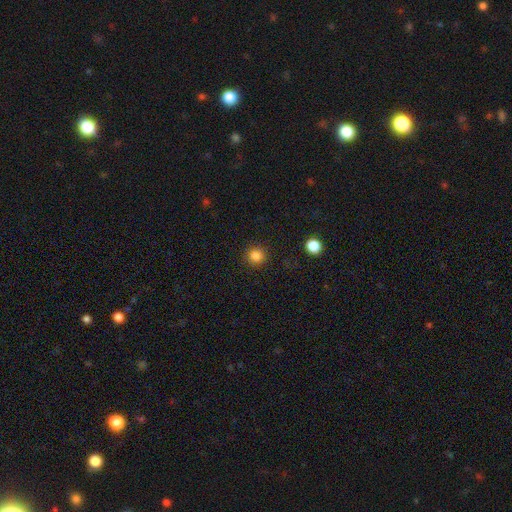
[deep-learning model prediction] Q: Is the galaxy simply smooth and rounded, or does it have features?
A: smooth — 84%.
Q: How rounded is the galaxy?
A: round — 93%.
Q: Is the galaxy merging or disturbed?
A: none — 91%.